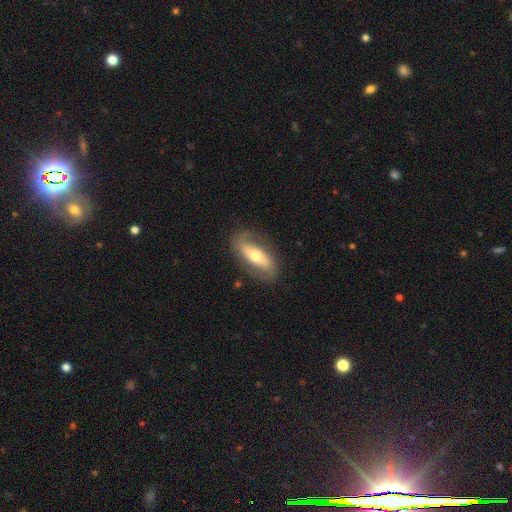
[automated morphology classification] smooth_or_featured: featured or disk (p=0.62) [alt: smooth p=0.32]
disk_edge_on: no (p=0.84) [alt: yes p=0.16]
bar: no (p=0.39) [alt: strong p=0.37]
has_spiral_arms: yes (p=0.68) [alt: no p=0.32]
bulge_size: moderate (p=0.67) [alt: small p=0.22]
merging: none (p=0.79) [alt: minor disturbance p=0.14]